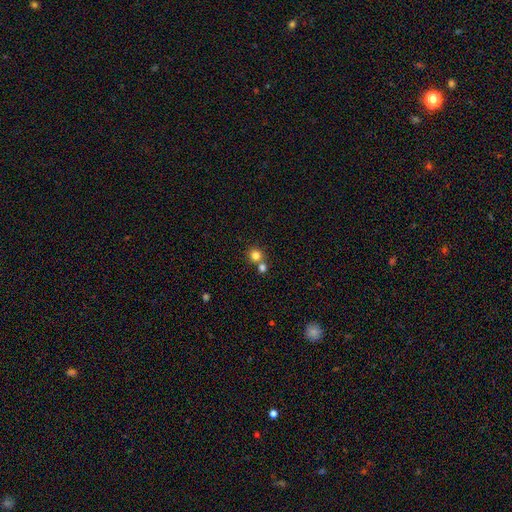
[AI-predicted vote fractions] Overall: smooth (81%). How rounded: round (91%). Merging: none (60%; merger 32%).